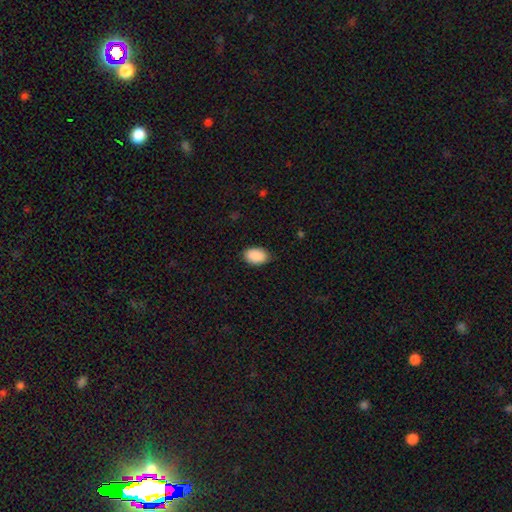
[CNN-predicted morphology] smooth 91%, star or artifact 7%, featured or disk 3%. Down the decision tree: how rounded — in between (90%); merging — none (83%).